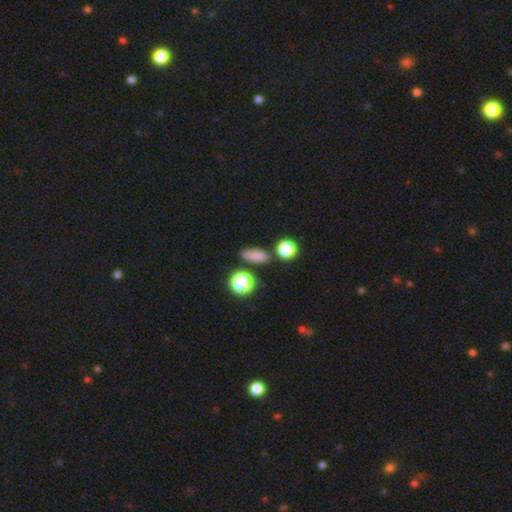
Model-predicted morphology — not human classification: smooth-or-featured: smooth: 76% | star or artifact: 17% | featured or disk: 7%
  how-rounded: in between: 57% | round: 22% | cigar-shaped: 21%
  merging: none: 79% | minor disturbance: 11% | merger: 6% | major disturbance: 4%